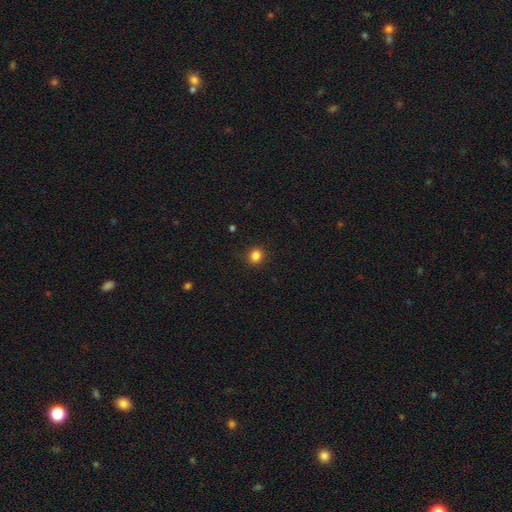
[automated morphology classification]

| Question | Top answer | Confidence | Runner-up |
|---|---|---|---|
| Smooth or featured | smooth | 84% | star or artifact (12%) |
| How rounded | round | 84% | in between (15%) |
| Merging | none | 89% | minor disturbance (7%) |